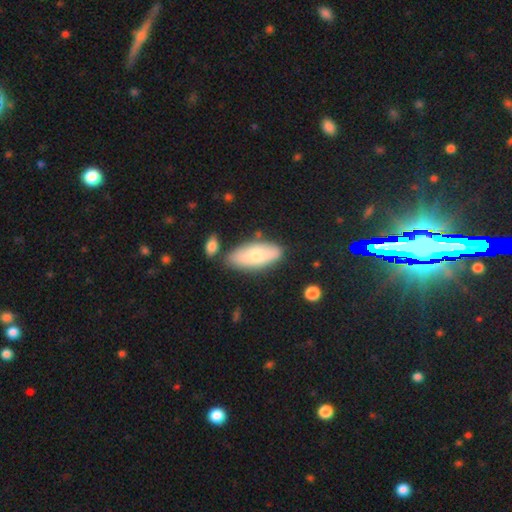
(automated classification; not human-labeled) smooth 71%, featured or disk 24%, star or artifact 6%. Down the decision tree: how rounded — in between (85%); merging — none (74%).